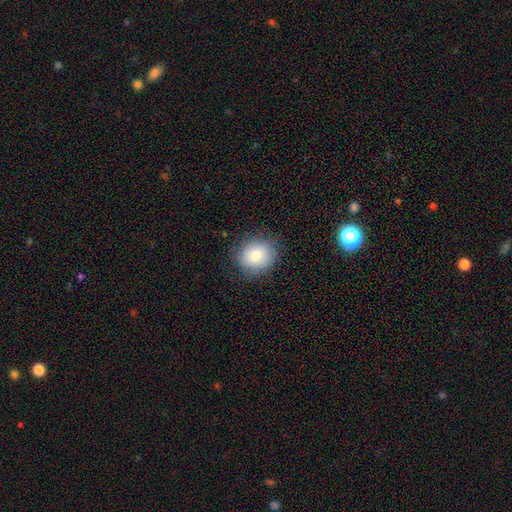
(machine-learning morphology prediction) Overall: smooth (77%). How rounded: round (73%). Merging: none (82%).